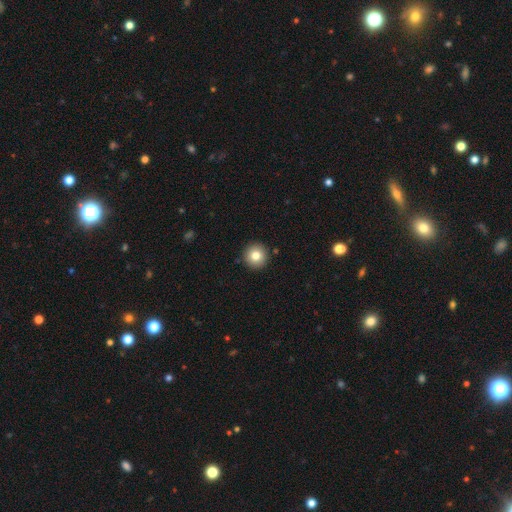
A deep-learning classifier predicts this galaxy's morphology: smooth-or-featured: smooth: 80% | star or artifact: 10% | featured or disk: 10%
  how-rounded: round: 95% | in between: 4% | cigar-shaped: 1%
  merging: none: 92% | minor disturbance: 5% | major disturbance: 2% | merger: 1%